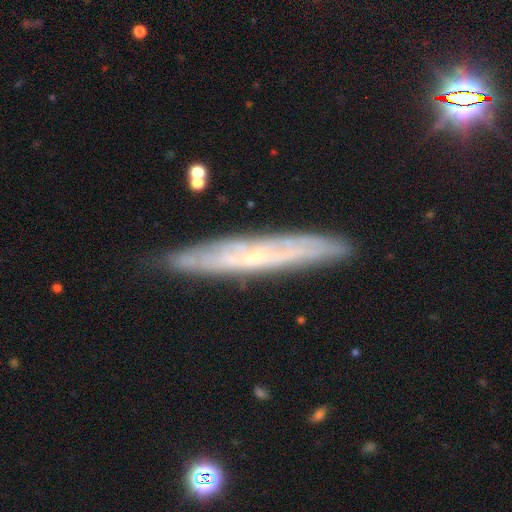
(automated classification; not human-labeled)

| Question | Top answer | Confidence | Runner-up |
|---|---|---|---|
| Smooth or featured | featured or disk | 72% | smooth (21%) |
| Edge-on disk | yes | 67% | no (33%) |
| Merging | none | 83% | minor disturbance (13%) |